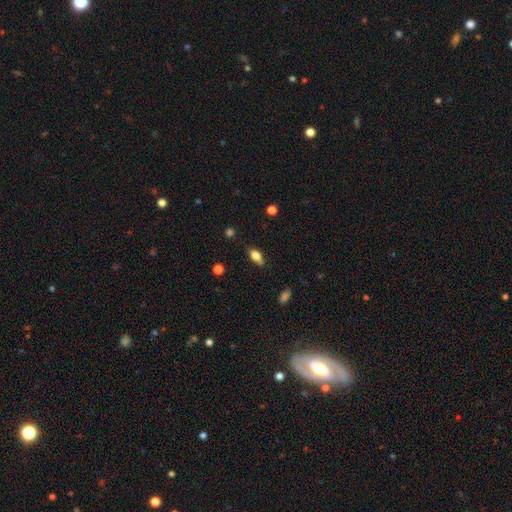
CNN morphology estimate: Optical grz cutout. It shows a smooth galaxy with no disk features (70%) that is in between round and cigar-shaped (81%). Merging: none (77%).